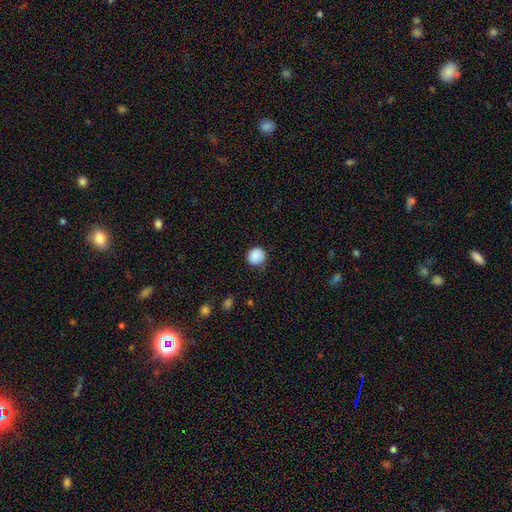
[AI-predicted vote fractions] smooth 88%, star or artifact 8%, featured or disk 4%. Down the decision tree: how rounded — round (88%); merging — none (78%).